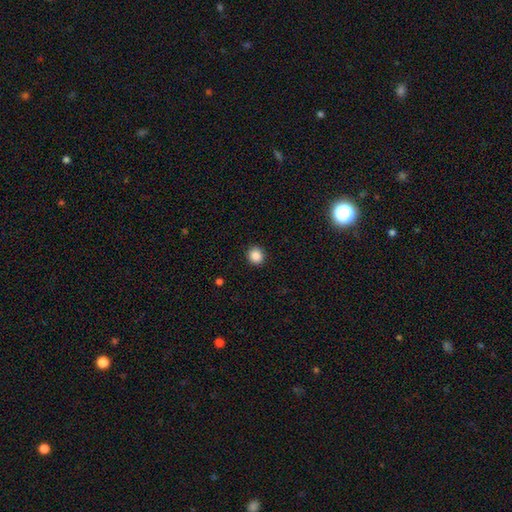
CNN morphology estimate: Smooth or featured? smooth (88%)
How rounded? round (80%)
Merging? none (91%)